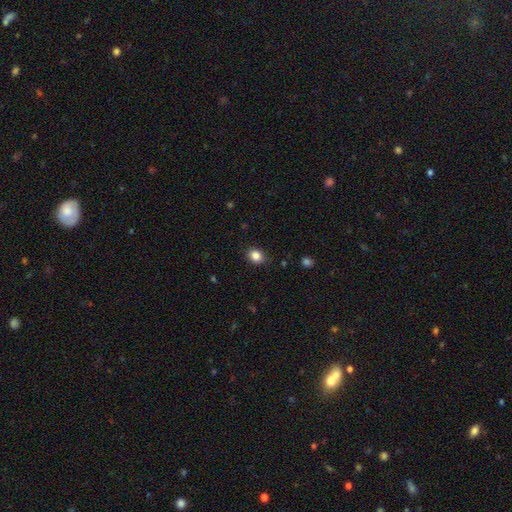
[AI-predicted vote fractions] Q: Smooth or featured?
A: smooth (85%); runner-up: star or artifact (11%)
Q: How rounded?
A: round (56%); runner-up: in between (43%)
Q: Merging?
A: none (85%); runner-up: minor disturbance (12%)